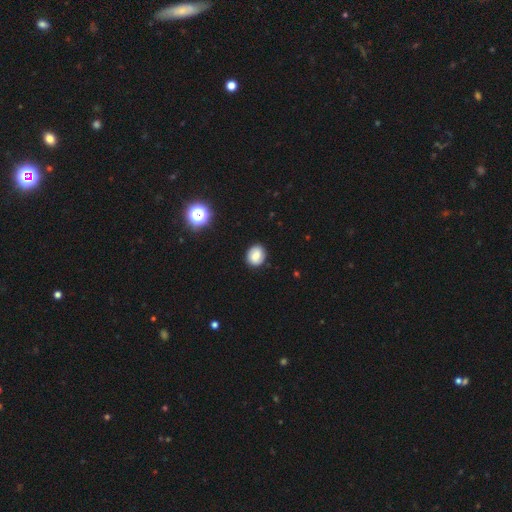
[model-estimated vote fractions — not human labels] Morphology: type=smooth (77%); roundness=round (67%); merging=none (87%).